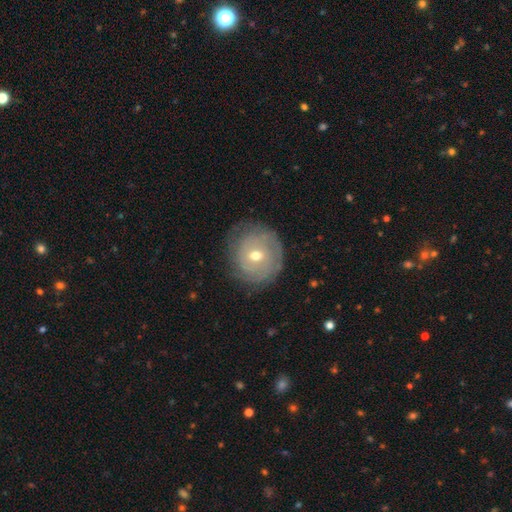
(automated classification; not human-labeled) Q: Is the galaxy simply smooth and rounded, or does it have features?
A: featured or disk — 61%.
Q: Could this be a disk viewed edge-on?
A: no — 96%.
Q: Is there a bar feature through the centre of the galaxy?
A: no — 66%.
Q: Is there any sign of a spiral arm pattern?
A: yes — 74%.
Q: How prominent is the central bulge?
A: moderate — 59%.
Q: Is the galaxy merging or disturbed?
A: none — 74%.